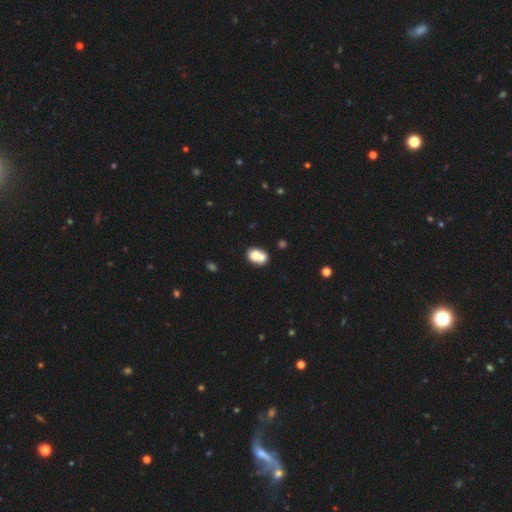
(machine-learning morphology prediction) smooth_or_featured: smooth (p=0.71) [alt: featured or disk p=0.19]
how_rounded: in between (p=0.50) [alt: round p=0.49]
merging: merger (p=0.57) [alt: none p=0.30]